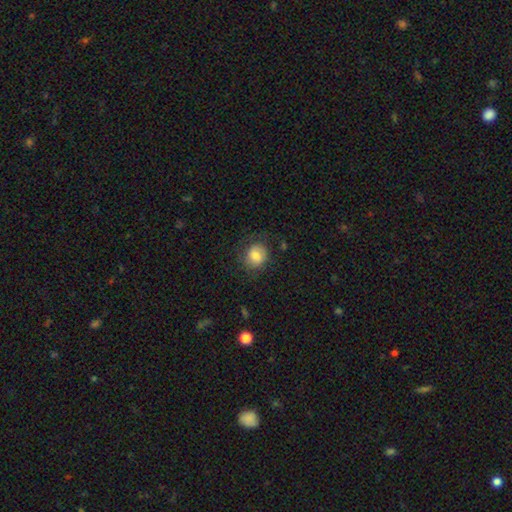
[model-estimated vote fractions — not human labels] Smooth or featured? smooth (74%)
How rounded? round (72%)
Merging? none (70%)